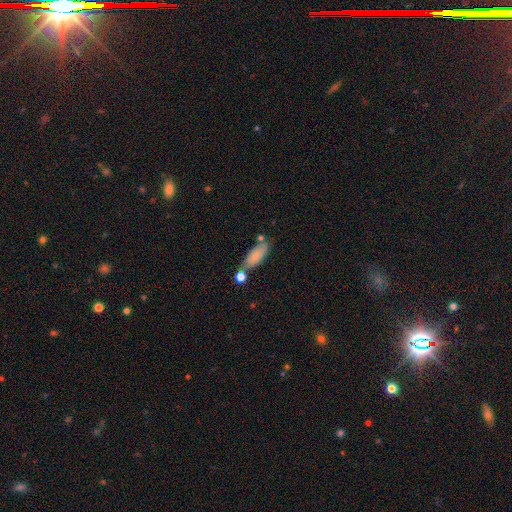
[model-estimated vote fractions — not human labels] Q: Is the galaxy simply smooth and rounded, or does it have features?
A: smooth — 76%.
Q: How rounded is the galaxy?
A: in between — 73%.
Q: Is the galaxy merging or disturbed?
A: none — 58%.